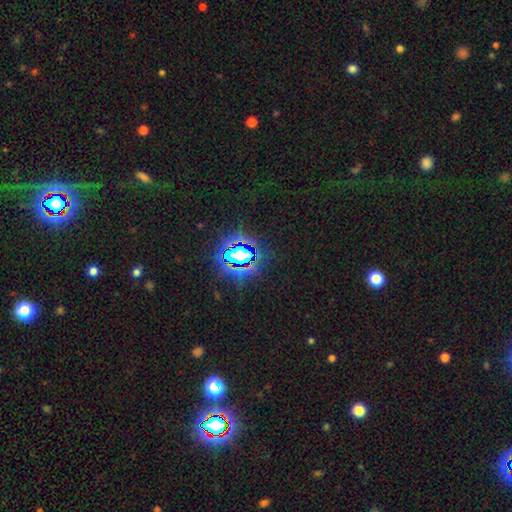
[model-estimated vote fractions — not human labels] Smooth or featured? star or artifact (82%)